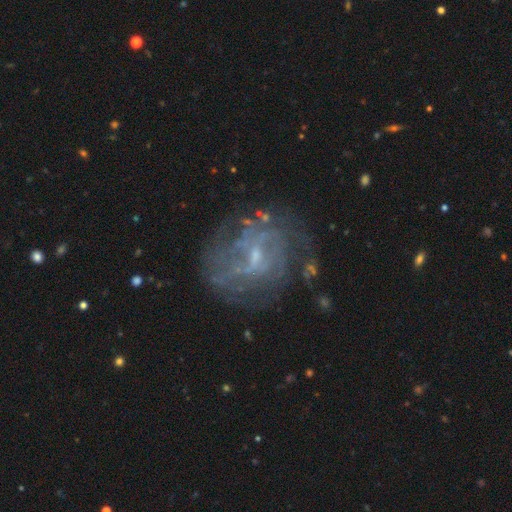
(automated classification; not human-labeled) smooth_or_featured: featured or disk (p=0.75) [alt: smooth p=0.14]
disk_edge_on: no (p=0.97) [alt: yes p=0.03]
bar: weak (p=0.55) [alt: no p=0.33]
has_spiral_arms: yes (p=0.69) [alt: no p=0.31]
spiral_winding: tight (p=0.40) [alt: medium p=0.37]
spiral_arm_count: can't tell (p=0.52) [alt: 2 p=0.22]
bulge_size: small (p=0.63) [alt: moderate p=0.23]
merging: none (p=0.63) [alt: minor disturbance p=0.19]